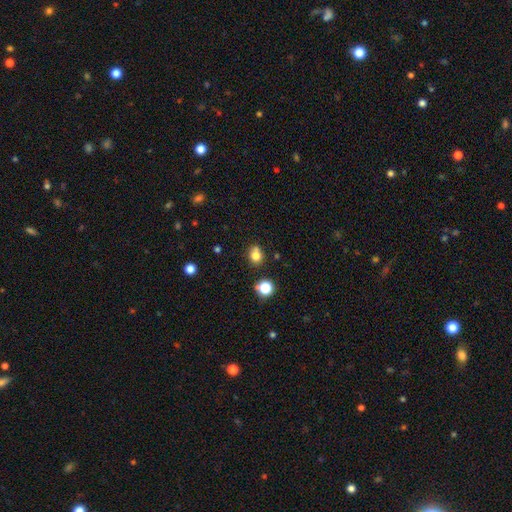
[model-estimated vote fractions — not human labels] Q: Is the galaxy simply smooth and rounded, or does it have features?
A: smooth — 77%.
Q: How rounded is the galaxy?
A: round — 74%.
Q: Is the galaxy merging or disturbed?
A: none — 60%.